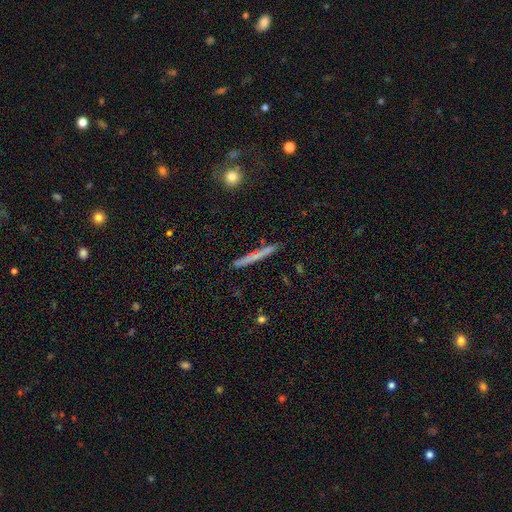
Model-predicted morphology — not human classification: A smooth galaxy with no disk features (52%) that is cigar-shaped (95%). Merging: none (86%).